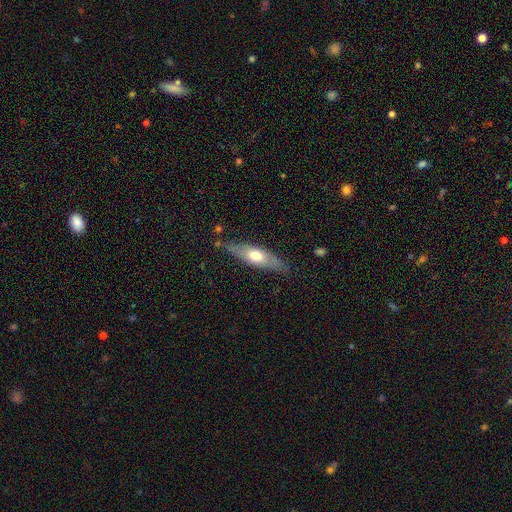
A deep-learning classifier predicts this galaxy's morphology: smooth_or_featured: smooth (p=0.54) [alt: featured or disk p=0.40]
how_rounded: cigar-shaped (p=0.54) [alt: in between p=0.44]
merging: none (p=0.80) [alt: minor disturbance p=0.15]